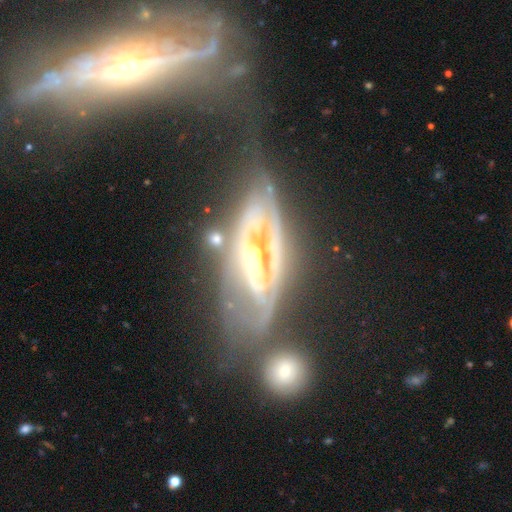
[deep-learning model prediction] This is clearly a featured or disk galaxy (84%). It is likely not viewed edge-on (62%). Bar: possibly no (48%). Spiral arm pattern: likely yes (65%). Central bulge: possibly small (47%). Merging: marginally none (34%).